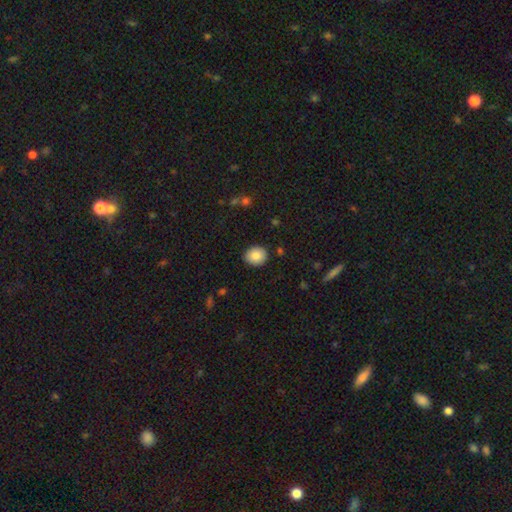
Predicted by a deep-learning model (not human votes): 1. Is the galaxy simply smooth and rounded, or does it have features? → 85% smooth, 8% star or artifact, 6% featured or disk.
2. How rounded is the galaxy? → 69% round, 30% in between, 1% cigar-shaped.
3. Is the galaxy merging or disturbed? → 89% none, 8% minor disturbance, 2% major disturbance, 1% merger.